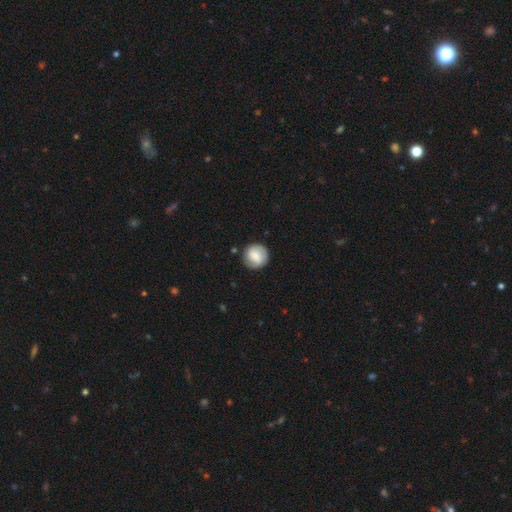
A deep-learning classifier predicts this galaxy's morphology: Q: Smooth or featured?
A: smooth (71%); runner-up: featured or disk (22%)
Q: How rounded?
A: round (92%); runner-up: in between (7%)
Q: Merging?
A: none (82%); runner-up: minor disturbance (12%)